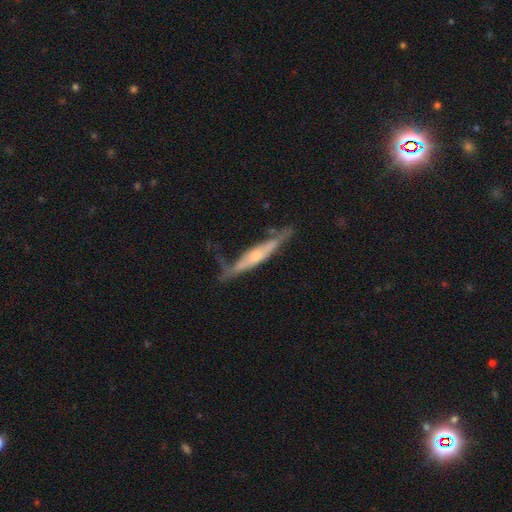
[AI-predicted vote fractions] Smooth or featured?
  - featured or disk: 70% *
  - smooth: 24%
  - star or artifact: 6%
Edge-on disk?
  - yes: 83% *
  - no: 17%
Edge-on bulge?
  - rounded: 72% *
  - none: 20%
  - boxy: 8%
Merging?
  - none: 53% *
  - minor disturbance: 28%
  - major disturbance: 15%
  - merger: 4%